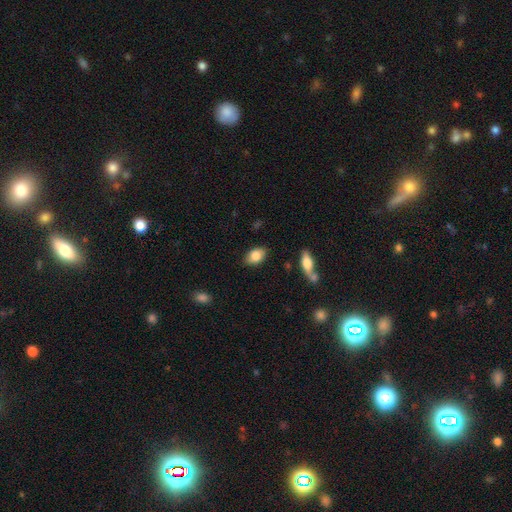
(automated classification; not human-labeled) smooth_or_featured: smooth (p=0.83) [alt: featured or disk p=0.10]
how_rounded: in between (p=0.88) [alt: round p=0.10]
merging: none (p=0.85) [alt: minor disturbance p=0.11]